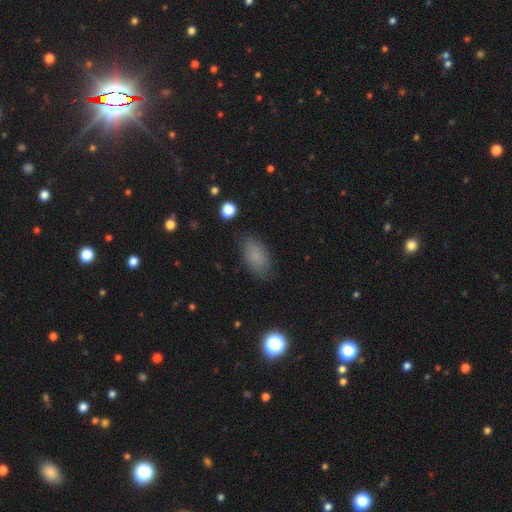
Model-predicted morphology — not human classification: This appears to be a smooth galaxy with no disk features (81%) that is in between round and cigar-shaped (91%). Merging: none (82%).